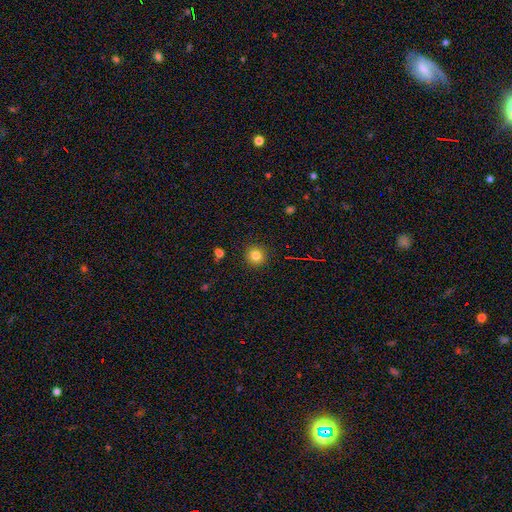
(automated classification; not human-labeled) A smooth galaxy with no disk features (81%) that is round (94%).

Vote fractions:
- Smooth or featured? smooth: 81% / star or artifact: 13% / featured or disk: 6%
- How rounded? round: 94% / in between: 5% / cigar-shaped: 1%
- Merging? none: 91% / minor disturbance: 5% / major disturbance: 2% / merger: 1%